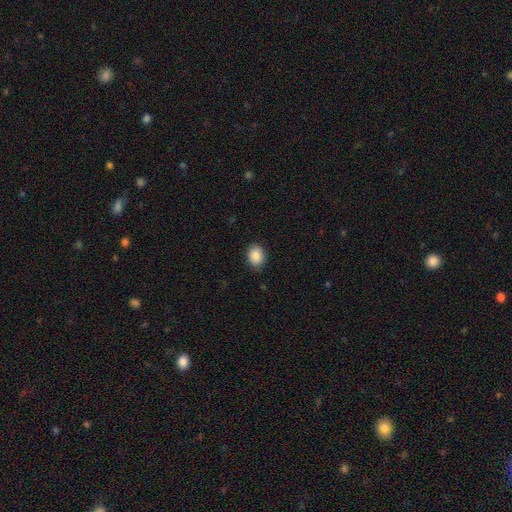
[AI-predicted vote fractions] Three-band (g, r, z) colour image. It shows a smooth galaxy with no disk features (88%) that is in between round and cigar-shaped (64%). Merging: none (86%).